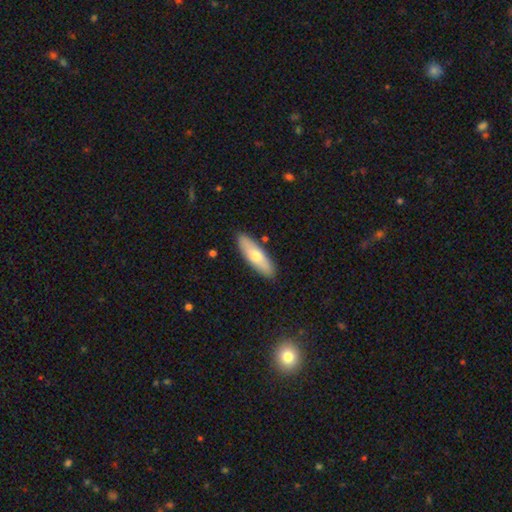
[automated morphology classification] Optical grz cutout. It shows a smooth galaxy with no disk features (67%) that is cigar-shaped (49%, tied with in between). Merging: none (88%).